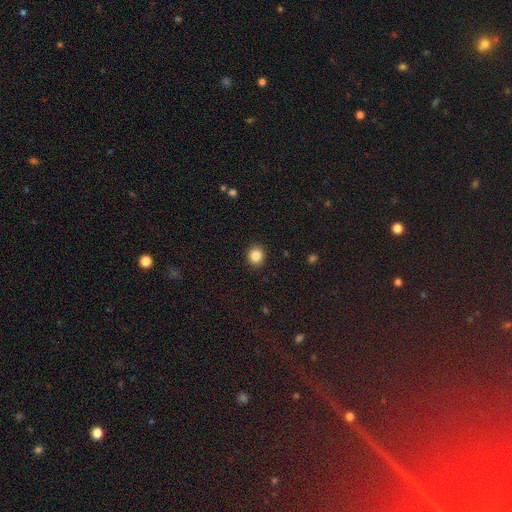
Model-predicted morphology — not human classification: Smooth or featured? smooth (85%)
How rounded? round (82%)
Merging? none (92%)